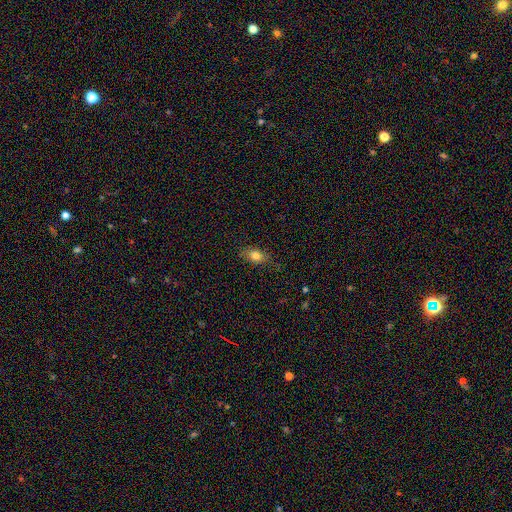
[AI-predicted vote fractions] A smooth galaxy with no disk features (80%) that is in between round and cigar-shaped (79%).

Vote fractions:
- Smooth or featured? smooth: 80% / featured or disk: 11% / star or artifact: 9%
- How rounded? in between: 79% / round: 16% / cigar-shaped: 5%
- Merging? none: 77% / minor disturbance: 18% / major disturbance: 4% / merger: 1%